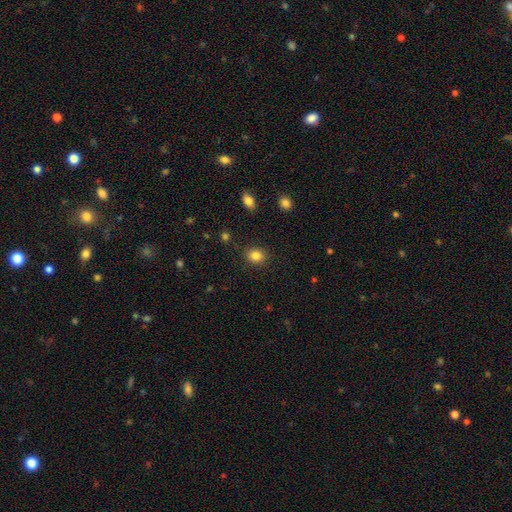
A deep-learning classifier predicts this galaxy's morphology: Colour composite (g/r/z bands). It shows a smooth galaxy with no disk features (84%) that is round (66%). Merging: none (88%).